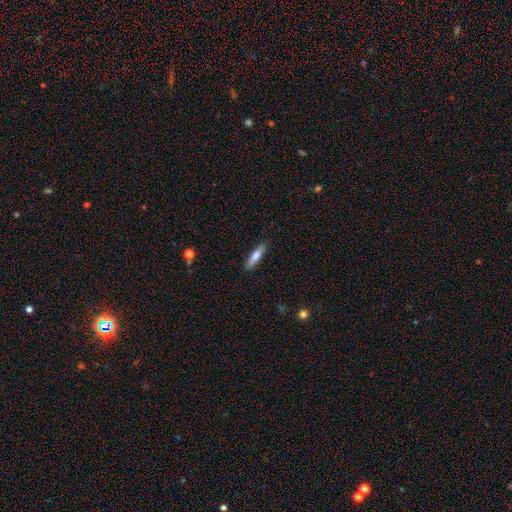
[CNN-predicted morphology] Smooth or featured? smooth (72%)
How rounded? cigar-shaped (79%)
Merging? none (88%)